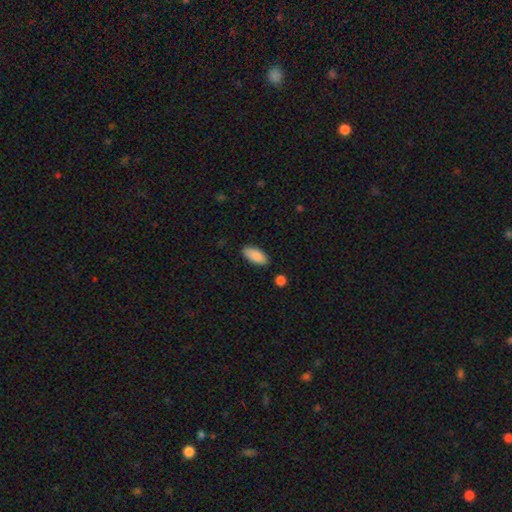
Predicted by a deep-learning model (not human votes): This appears to be a smooth galaxy with no disk features (89%) that is in between round and cigar-shaped (88%). Merging: none (86%).